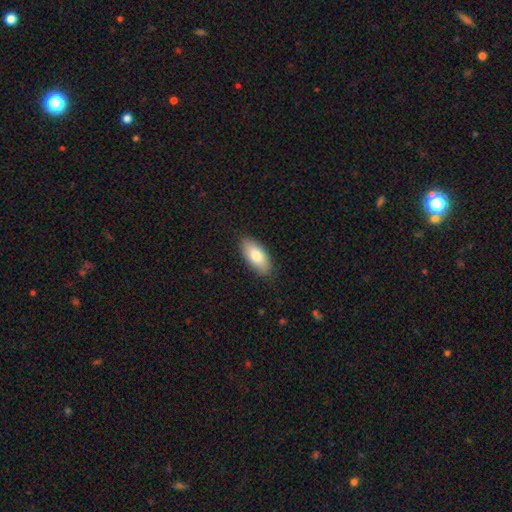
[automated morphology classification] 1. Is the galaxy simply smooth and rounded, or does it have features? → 79% smooth, 14% featured or disk, 6% star or artifact.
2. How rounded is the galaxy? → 89% in between, 8% cigar-shaped, 2% round.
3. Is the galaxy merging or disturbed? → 87% none, 10% minor disturbance, 2% major disturbance, 1% merger.